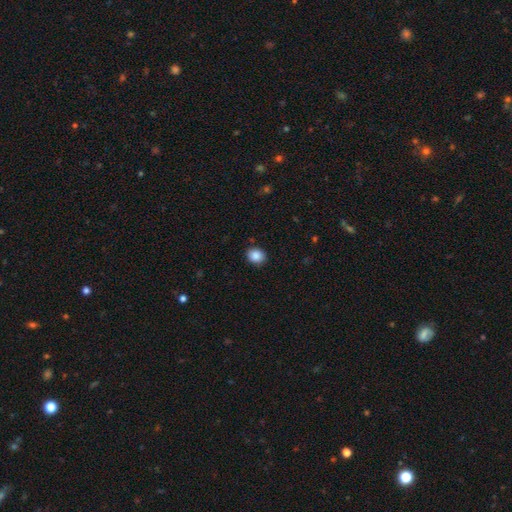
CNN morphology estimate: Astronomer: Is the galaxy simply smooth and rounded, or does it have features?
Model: smooth — 87%.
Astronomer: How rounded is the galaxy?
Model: round — 63%.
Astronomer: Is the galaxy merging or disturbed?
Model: none — 89%.